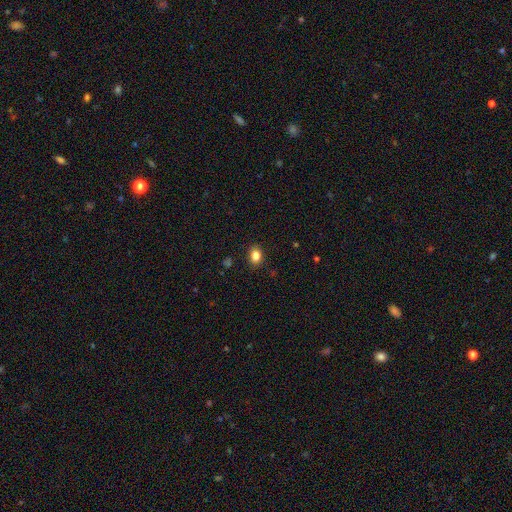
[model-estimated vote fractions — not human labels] Smooth or featured? smooth (84%)
How rounded? in between (66%)
Merging? none (88%)